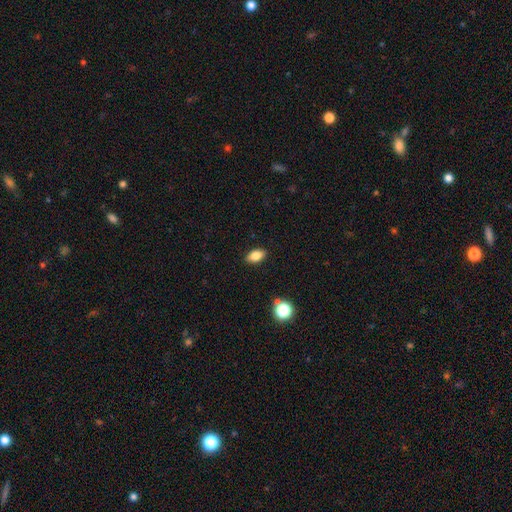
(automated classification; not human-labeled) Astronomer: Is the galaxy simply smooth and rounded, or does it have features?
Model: smooth — 80%.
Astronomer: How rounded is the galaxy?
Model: in between — 88%.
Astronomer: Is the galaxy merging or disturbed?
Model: none — 88%.